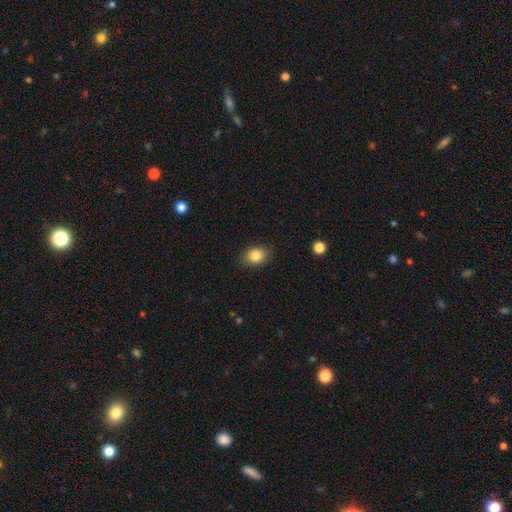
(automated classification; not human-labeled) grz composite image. It shows a smooth galaxy with no disk features (84%) that is in between round and cigar-shaped (67%). Merging: none (86%).